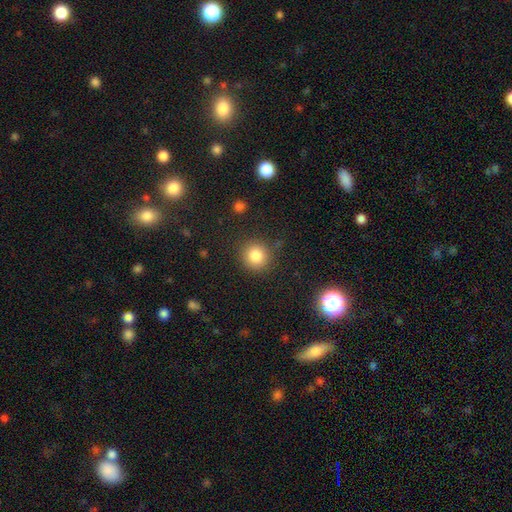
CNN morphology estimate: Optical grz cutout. It shows a smooth galaxy with no disk features (83%) that is round (91%). Merging: none (86%).